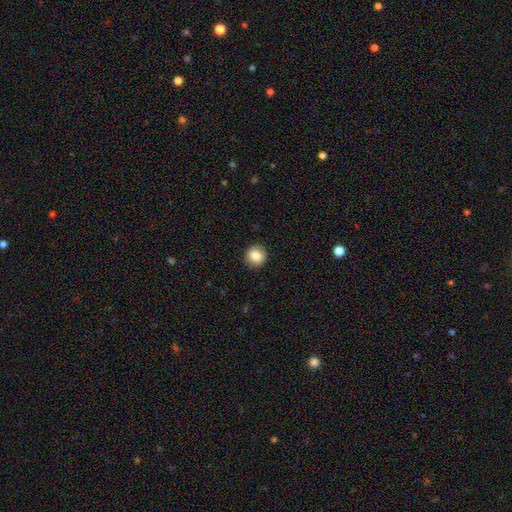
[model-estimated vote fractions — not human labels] Overall: smooth (84%). How rounded: round (91%). Merging: none (91%).